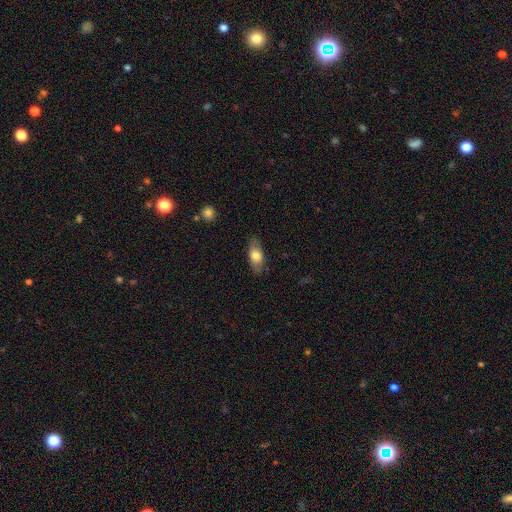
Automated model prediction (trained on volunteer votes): Smooth or featured: smooth — 72% (featured or disk — 21%)
How rounded: in between — 84% (cigar-shaped — 12%)
Merging: none — 82% (minor disturbance — 14%)